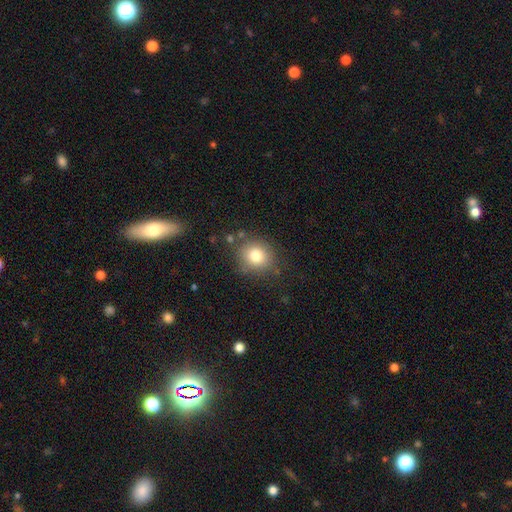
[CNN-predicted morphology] This appears to be a smooth galaxy with no disk features (79%) that is round (80%). Merging: none (80%).